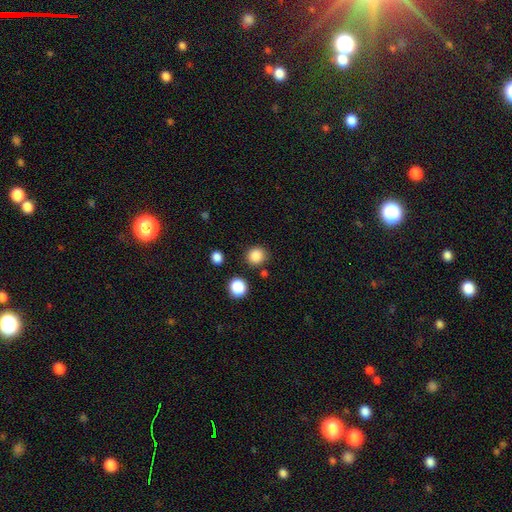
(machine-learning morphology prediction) This is clearly a smooth galaxy (86%). How rounded: clearly round (88%). Merging: clearly none (84%).